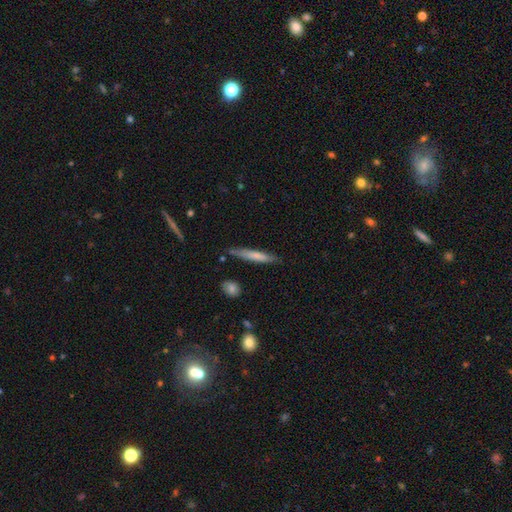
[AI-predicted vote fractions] Smooth or featured?
  - smooth: 65% *
  - featured or disk: 29%
  - star or artifact: 6%
How rounded?
  - cigar-shaped: 93% *
  - in between: 6%
  - round: 1%
Merging?
  - none: 80% *
  - minor disturbance: 15%
  - major disturbance: 3%
  - merger: 3%